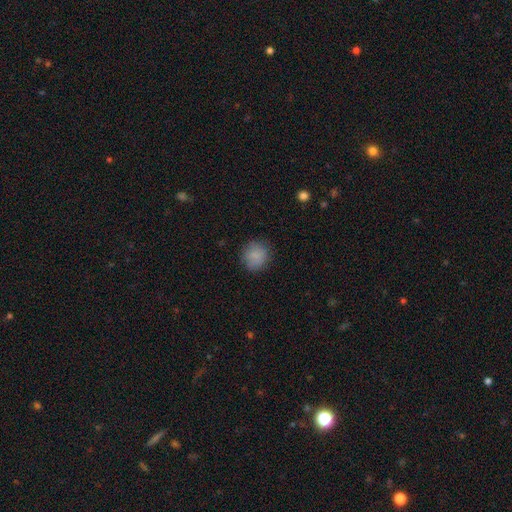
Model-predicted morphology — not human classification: Smooth or featured: smooth — 83% (star or artifact — 9%)
How rounded: round — 89% (in between — 10%)
Merging: none — 82% (minor disturbance — 13%)